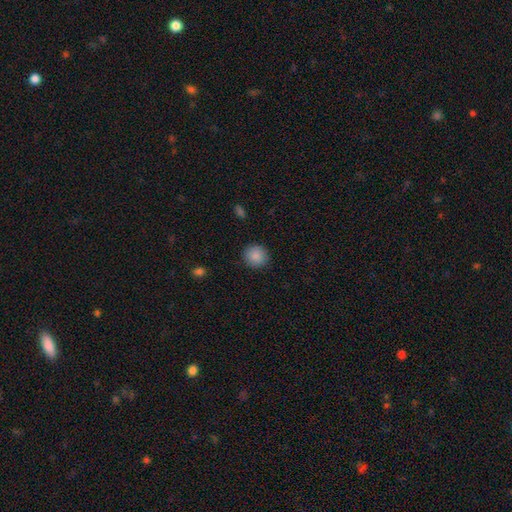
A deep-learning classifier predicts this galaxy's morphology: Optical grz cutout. It shows a smooth galaxy with no disk features (88%) that is round (91%). Merging: none (90%).